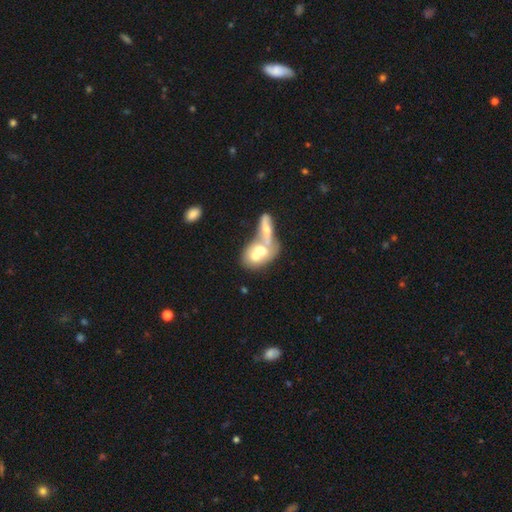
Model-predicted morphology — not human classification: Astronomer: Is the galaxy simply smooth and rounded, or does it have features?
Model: smooth — 53% (runner-up: featured or disk, 39%).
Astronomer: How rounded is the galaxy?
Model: in between — 68%.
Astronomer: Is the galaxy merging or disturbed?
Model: merger — 78%.